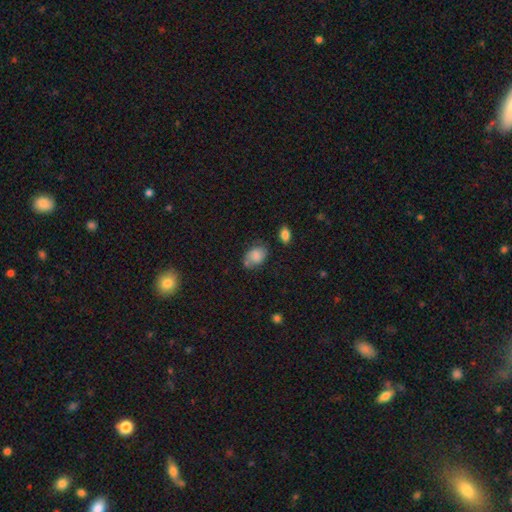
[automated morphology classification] smooth_or_featured: smooth (p=0.75) [alt: featured or disk p=0.15]
how_rounded: in between (p=0.76) [alt: round p=0.23]
merging: none (p=0.56) [alt: minor disturbance p=0.28]